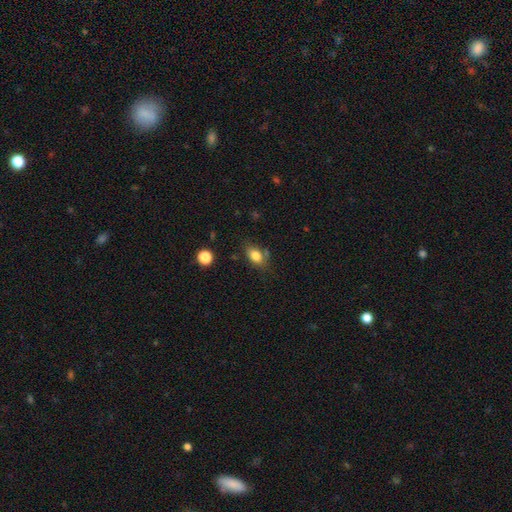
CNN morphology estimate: smooth 80%, featured or disk 10%, star or artifact 9%. Down the decision tree: how rounded — in between (84%); merging — none (69%).